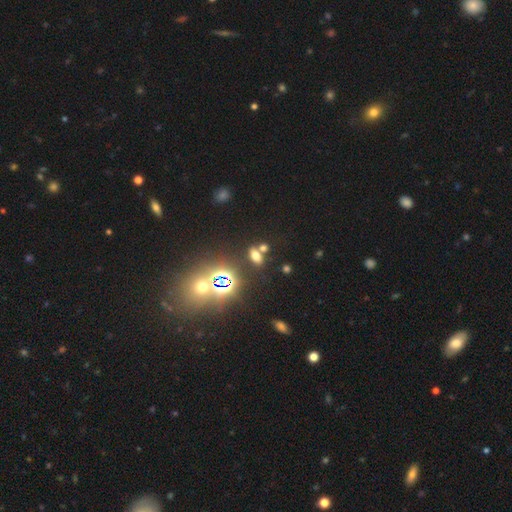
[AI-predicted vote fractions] Smooth or featured? Predicted: smooth (p=0.56). How rounded? Predicted: in between (p=0.78). Merging? Predicted: none (p=0.63).